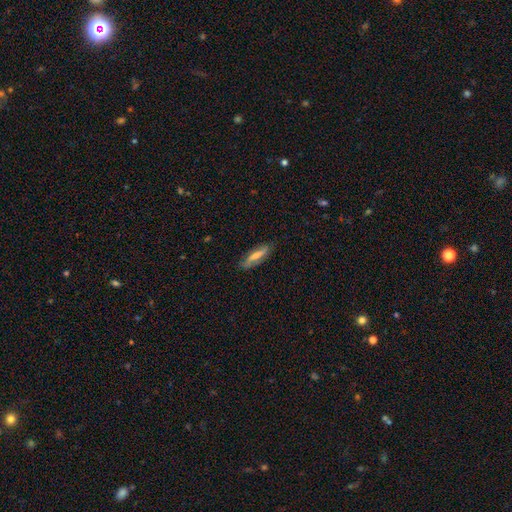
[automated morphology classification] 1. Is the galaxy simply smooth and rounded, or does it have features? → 49% smooth, 44% featured or disk, 7% star or artifact.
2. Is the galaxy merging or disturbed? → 82% none, 14% minor disturbance, 3% major disturbance, 1% merger.